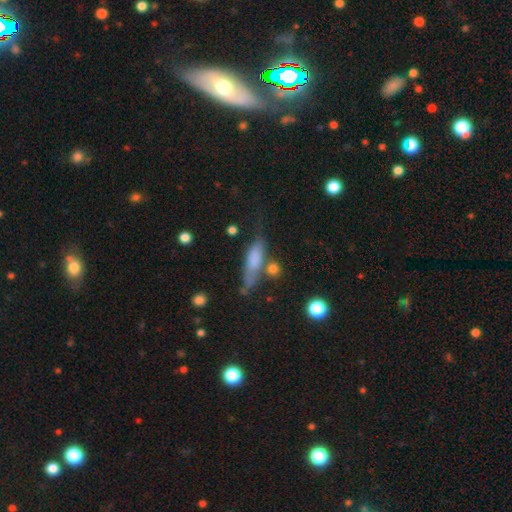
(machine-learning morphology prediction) A smooth galaxy with no disk features (59%) that is cigar-shaped (65%).

Vote fractions:
- Smooth or featured? smooth: 59% / featured or disk: 31% / star or artifact: 10%
- How rounded? cigar-shaped: 65% / in between: 31% / round: 3%
- Merging? none: 54% / minor disturbance: 24% / major disturbance: 11% / merger: 11%